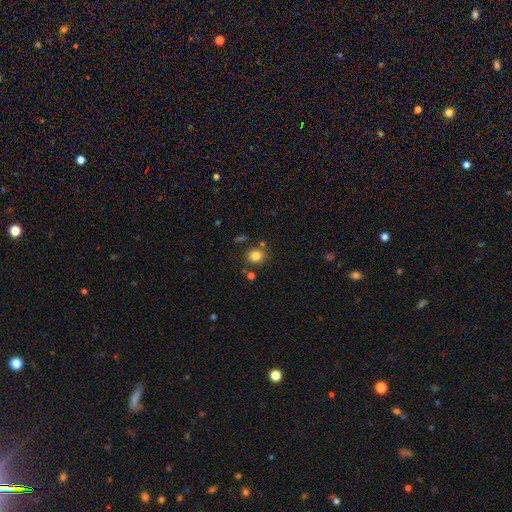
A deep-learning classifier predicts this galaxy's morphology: Smooth or featured: smooth — 82% (star or artifact — 12%)
How rounded: round — 81% (in between — 18%)
Merging: none — 79% (minor disturbance — 10%)